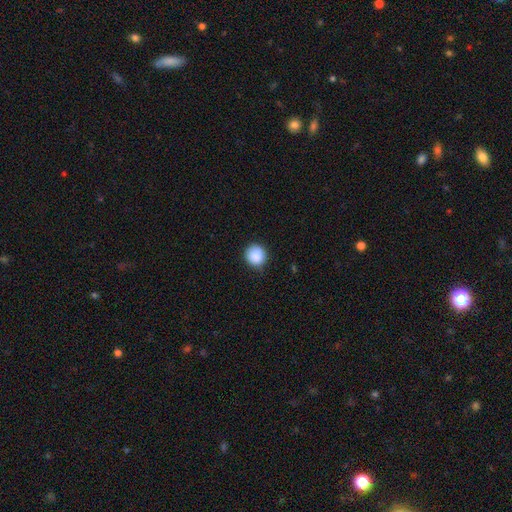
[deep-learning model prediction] smooth 89%, star or artifact 8%, featured or disk 3%. Down the decision tree: how rounded — round (92%); merging — none (86%).